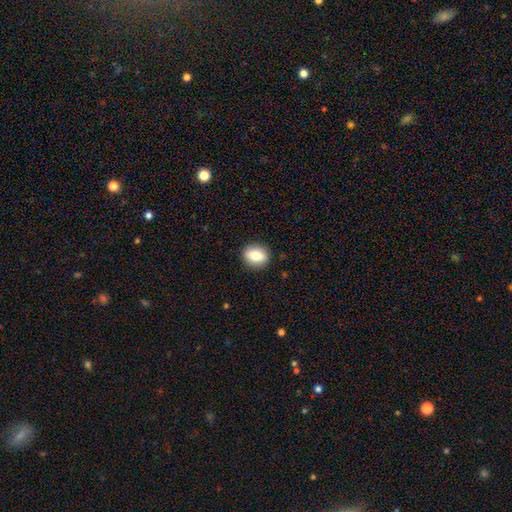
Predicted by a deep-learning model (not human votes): Overall: smooth (78%). How rounded: round (51%; in between 47%). Merging: none (88%).